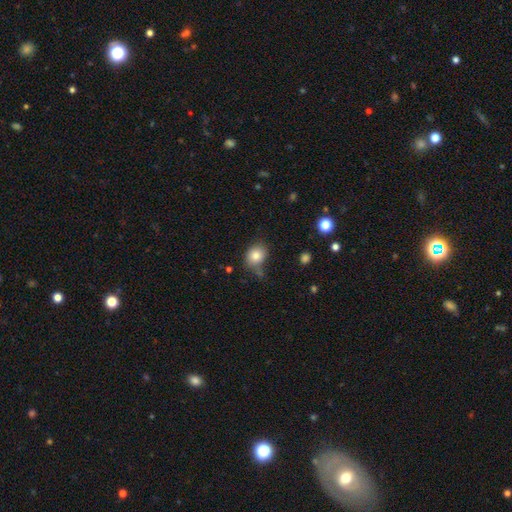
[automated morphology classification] smooth-or-featured: smooth: 82% | star or artifact: 10% | featured or disk: 8%
  how-rounded: round: 61% | in between: 38% | cigar-shaped: 1%
  merging: none: 61% | minor disturbance: 25% | major disturbance: 8% | merger: 6%